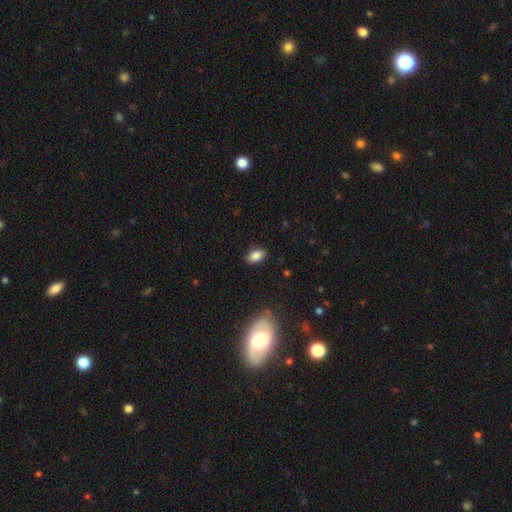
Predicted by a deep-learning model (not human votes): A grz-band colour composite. It shows a smooth galaxy with no disk features (86%) that is in between round and cigar-shaped (90%). Merging: none (86%).